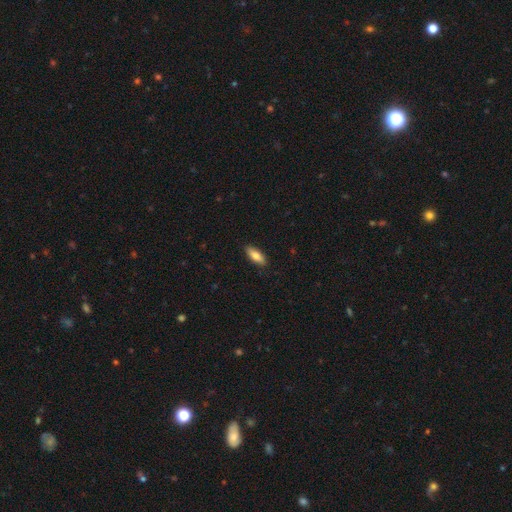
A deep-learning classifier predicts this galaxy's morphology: A smooth galaxy with no disk features (79%) that is in between round and cigar-shaped (74%).

Vote fractions:
- Smooth or featured? smooth: 79% / featured or disk: 15% / star or artifact: 6%
- How rounded? in between: 74% / cigar-shaped: 24% / round: 2%
- Merging? none: 88% / minor disturbance: 9% / major disturbance: 2% / merger: 1%